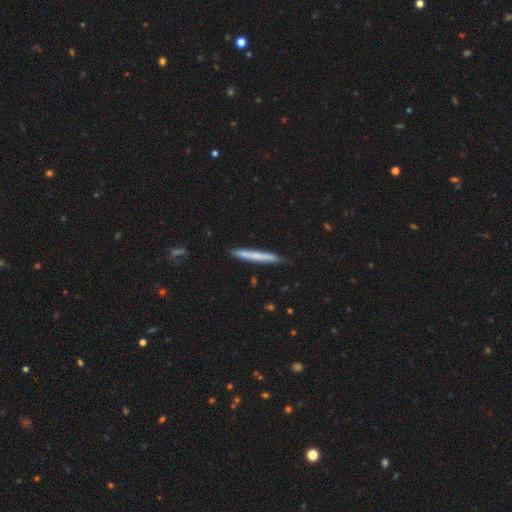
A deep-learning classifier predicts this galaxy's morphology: A smooth galaxy with no disk features (65%) that is cigar-shaped (97%). Merging: none (87%).